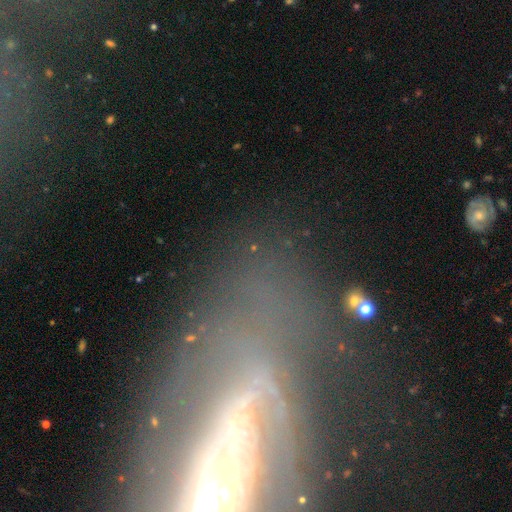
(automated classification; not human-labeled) featured or disk 64%, smooth 18%, star or artifact 17%. Down the decision tree: edge-on disk — no (80%); bar — no (51%); spiral arms — no (52%); bulge size — moderate (44%); merging — none (43%).